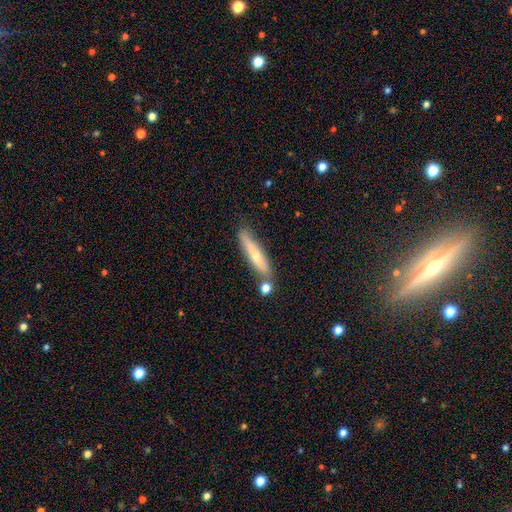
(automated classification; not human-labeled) Smooth or featured?
  - smooth: 51% *
  - featured or disk: 42%
  - star or artifact: 7%
How rounded?
  - cigar-shaped: 87% *
  - in between: 11%
  - round: 2%
Merging?
  - none: 72% *
  - minor disturbance: 14%
  - merger: 11%
  - major disturbance: 3%